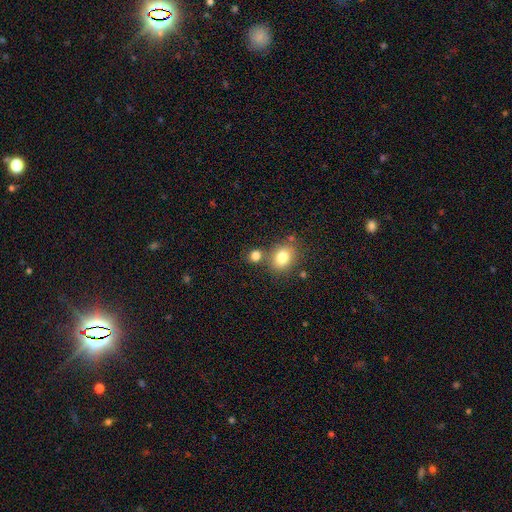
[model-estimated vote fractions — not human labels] Q: Smooth or featured?
A: smooth (81%); runner-up: star or artifact (12%)
Q: How rounded?
A: round (66%); runner-up: in between (32%)
Q: Merging?
A: none (64%); runner-up: merger (22%)